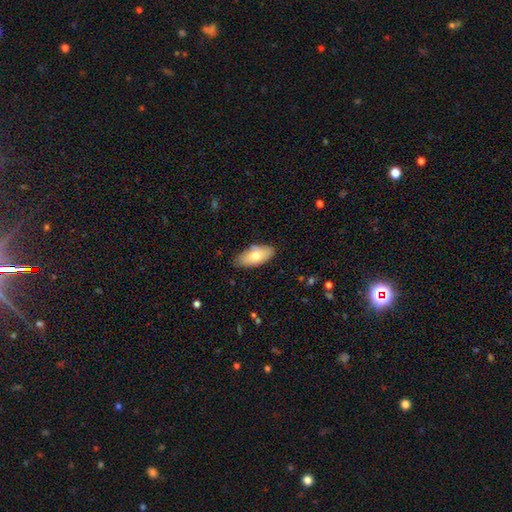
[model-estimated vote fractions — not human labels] A smooth galaxy with no disk features (72%) that is in between round and cigar-shaped (89%). Merging: none (80%).